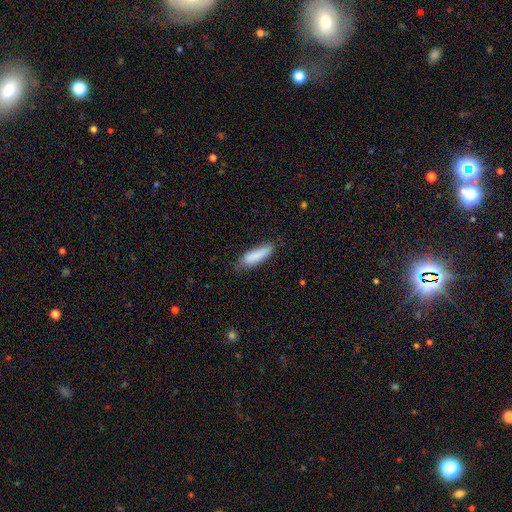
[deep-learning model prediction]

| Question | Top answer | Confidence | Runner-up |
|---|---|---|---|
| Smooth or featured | smooth | 85% | featured or disk (9%) |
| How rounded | cigar-shaped | 62% | in between (36%) |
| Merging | none | 64% | minor disturbance (28%) |